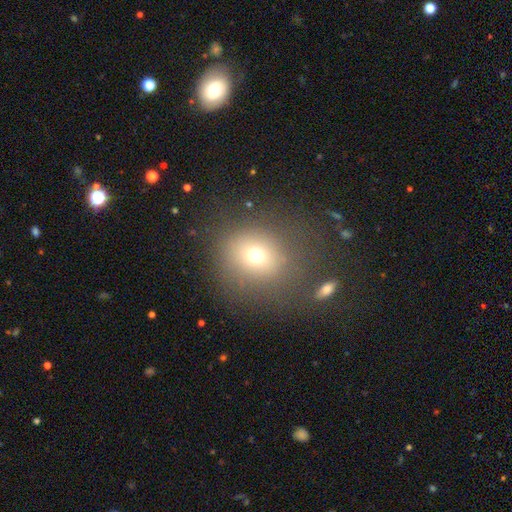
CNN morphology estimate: type=smooth (69%); roundness=round (82%); merging=none (72%).